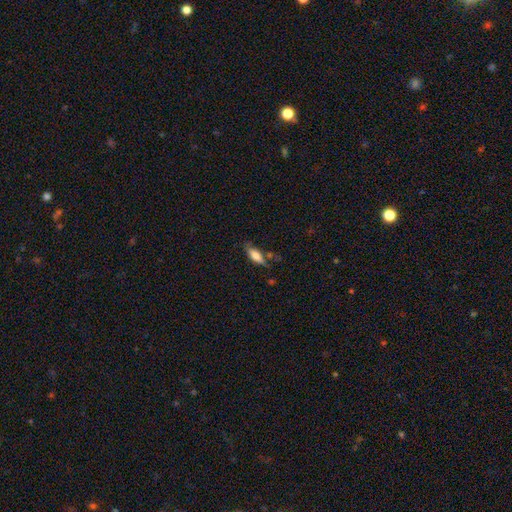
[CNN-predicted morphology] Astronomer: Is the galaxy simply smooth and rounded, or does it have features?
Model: smooth — 70%.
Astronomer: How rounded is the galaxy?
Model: in between — 58% (runner-up: cigar-shaped, 39%).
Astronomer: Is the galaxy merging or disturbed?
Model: none — 62%.